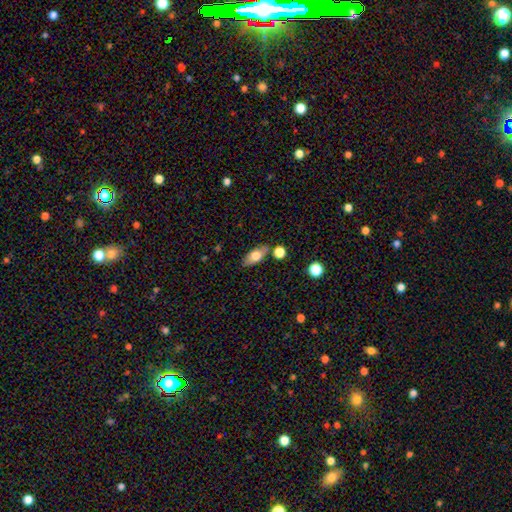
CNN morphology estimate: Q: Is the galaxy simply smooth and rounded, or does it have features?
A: smooth — 66%.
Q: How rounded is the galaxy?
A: in between — 81%.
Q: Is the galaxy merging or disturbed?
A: none — 77%.